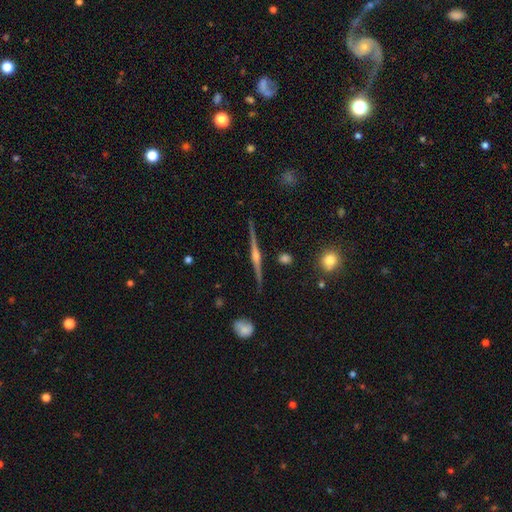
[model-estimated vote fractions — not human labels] Overall: featured or disk (87%). Edge-on disk: yes (98%). Edge-on bulge: rounded (89%). Merging: none (91%).